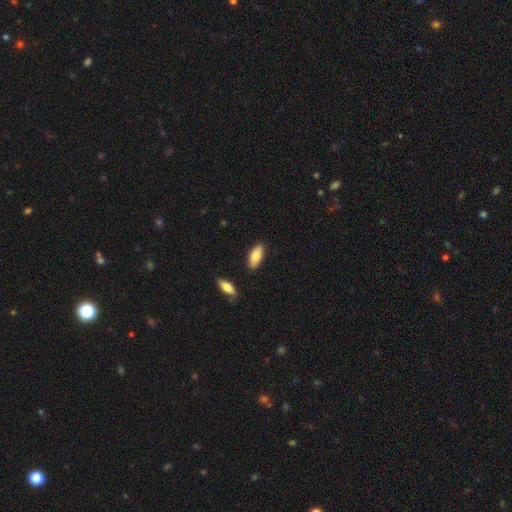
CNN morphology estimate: Smooth or featured?
  - smooth: 81% *
  - featured or disk: 14%
  - star or artifact: 6%
How rounded?
  - in between: 85% *
  - cigar-shaped: 13%
  - round: 2%
Merging?
  - none: 86% *
  - minor disturbance: 10%
  - merger: 3%
  - major disturbance: 2%